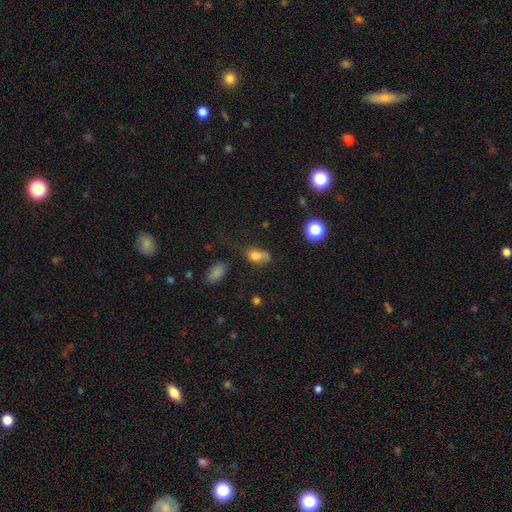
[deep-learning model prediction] Q: Smooth or featured?
A: smooth (72%); runner-up: star or artifact (15%)
Q: How rounded?
A: in between (73%); runner-up: round (23%)
Q: Merging?
A: none (38%); runner-up: minor disturbance (28%)